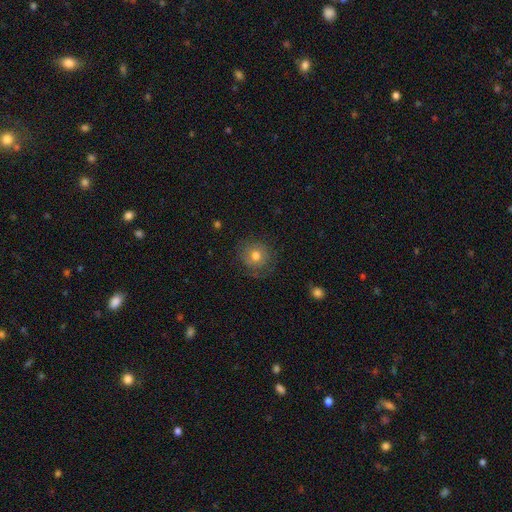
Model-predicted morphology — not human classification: Smooth or featured?
  - smooth: 69% *
  - featured or disk: 20%
  - star or artifact: 11%
How rounded?
  - round: 87% *
  - in between: 12%
  - cigar-shaped: 1%
Merging?
  - none: 75% *
  - minor disturbance: 16%
  - major disturbance: 7%
  - merger: 1%